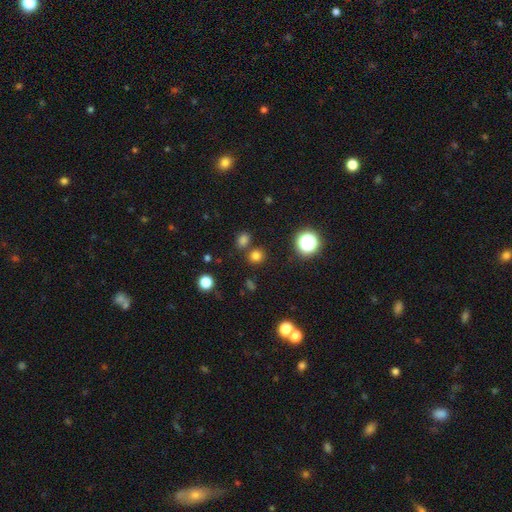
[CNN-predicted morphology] Smooth or featured? smooth (74%)
How rounded? round (81%)
Merging? none (76%)